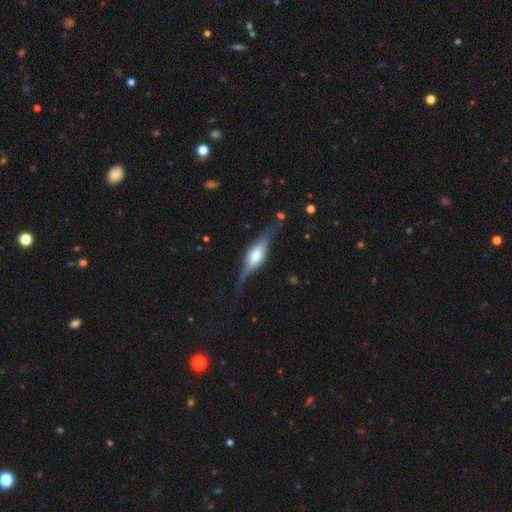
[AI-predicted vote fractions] Smooth or featured? featured or disk (73%)
Edge-on disk? yes (93%)
Edge-on bulge? rounded (76%)
Merging? none (73%)